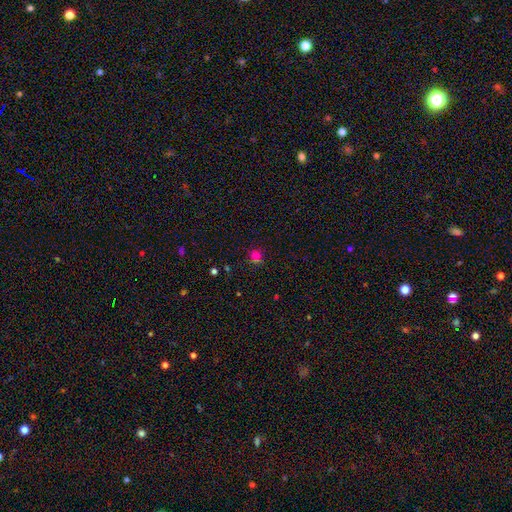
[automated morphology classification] Smooth or featured? smooth (66%)
How rounded? round (87%)
Merging? none (65%)